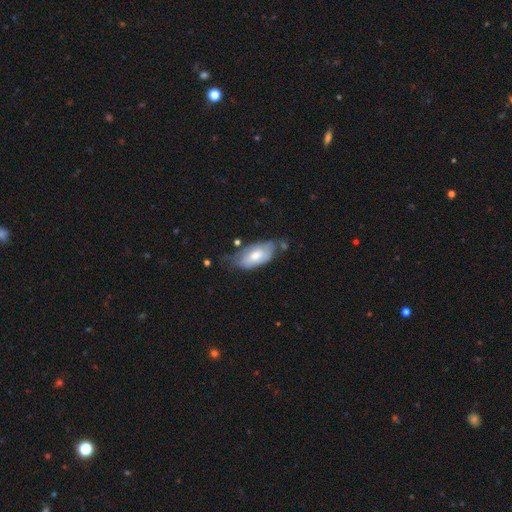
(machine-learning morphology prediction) smooth-or-featured: smooth: 60% | featured or disk: 34% | star or artifact: 6%
  how-rounded: in between: 91% | cigar-shaped: 7% | round: 2%
  merging: none: 45% | minor disturbance: 36% | major disturbance: 13% | merger: 6%